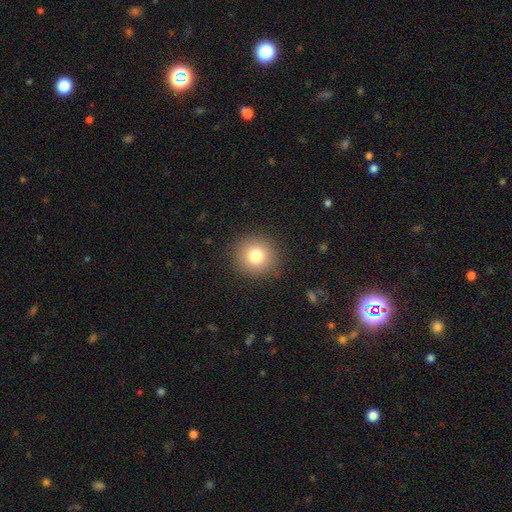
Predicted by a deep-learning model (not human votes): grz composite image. It shows a smooth galaxy with no disk features (79%) that is round (94%). Merging: none (90%).